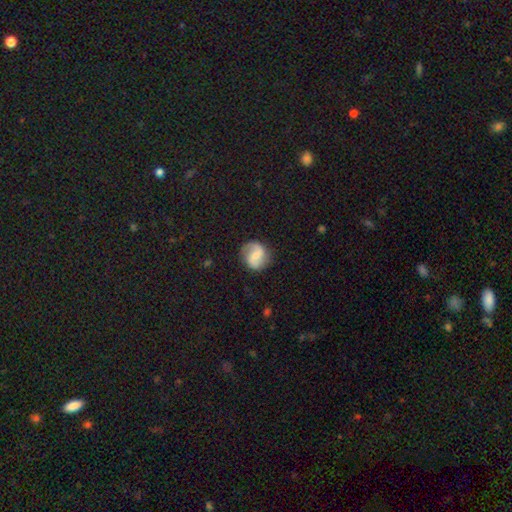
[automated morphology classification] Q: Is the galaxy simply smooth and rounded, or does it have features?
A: featured or disk — 69%.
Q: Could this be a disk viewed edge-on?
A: no — 98%.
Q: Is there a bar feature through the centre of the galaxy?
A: weak — 50%.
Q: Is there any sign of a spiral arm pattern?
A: yes — 93%.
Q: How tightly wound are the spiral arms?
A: loose — 42%, tied with medium.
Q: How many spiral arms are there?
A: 2 — 89%.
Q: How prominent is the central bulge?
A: small — 47%.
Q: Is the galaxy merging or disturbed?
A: none — 81%.